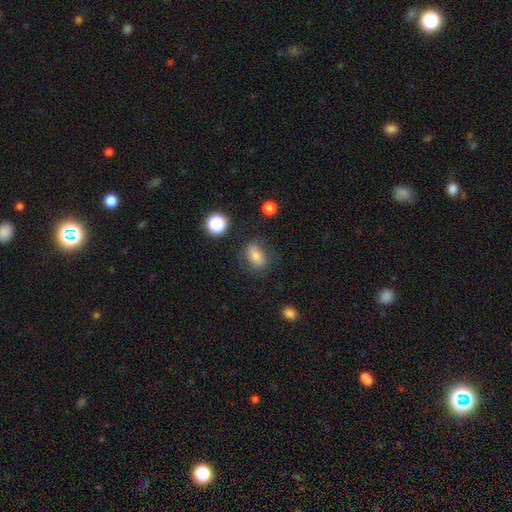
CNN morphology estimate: Smooth or featured?
  - smooth: 61% *
  - featured or disk: 26%
  - star or artifact: 13%
How rounded?
  - in between: 69% *
  - round: 28%
  - cigar-shaped: 2%
Merging?
  - none: 63% *
  - minor disturbance: 22%
  - major disturbance: 11%
  - merger: 3%